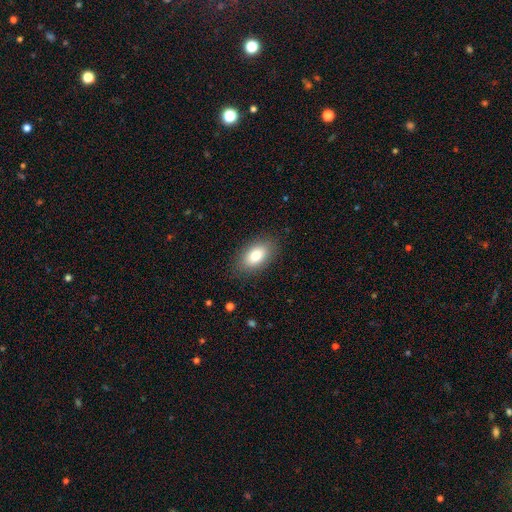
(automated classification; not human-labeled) This is likely a smooth galaxy (79%). How rounded: clearly in between (90%). Merging: clearly none (85%).